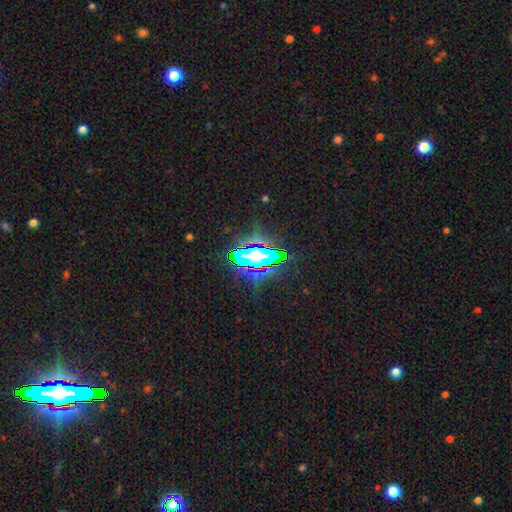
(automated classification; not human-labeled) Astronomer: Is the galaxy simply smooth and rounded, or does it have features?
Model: star or artifact — 62%.